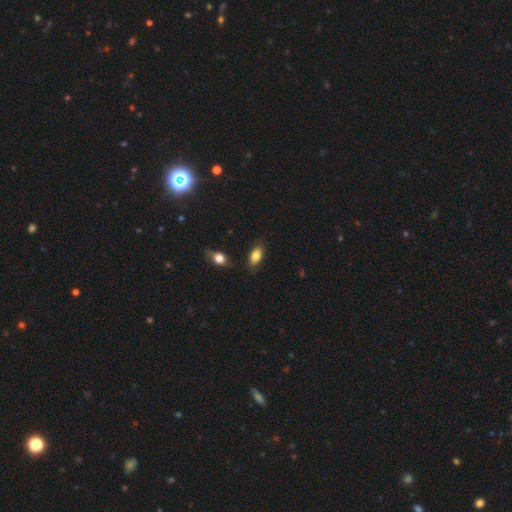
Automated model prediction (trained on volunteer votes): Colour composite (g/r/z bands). It shows a smooth galaxy with no disk features (82%) that is in between round and cigar-shaped (90%). Merging: none (81%).